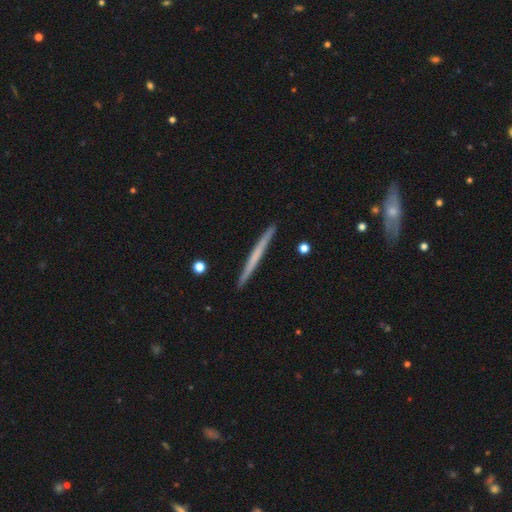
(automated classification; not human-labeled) Smooth or featured? Predicted: smooth (p=0.48). Merging? Predicted: none (p=0.92).